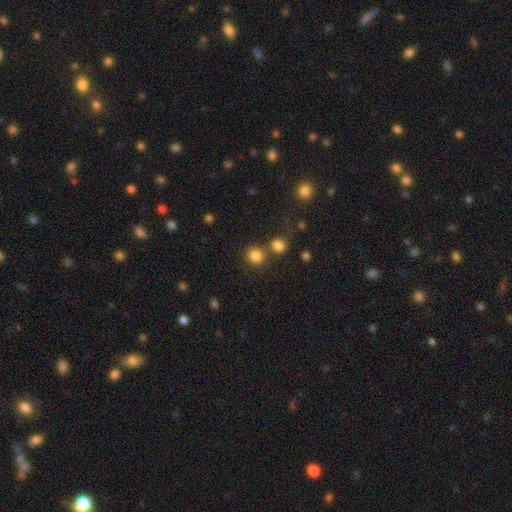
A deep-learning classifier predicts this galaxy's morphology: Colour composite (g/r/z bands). It shows a smooth galaxy with no disk features (82%) that is round (86%). Merging: none (66%).